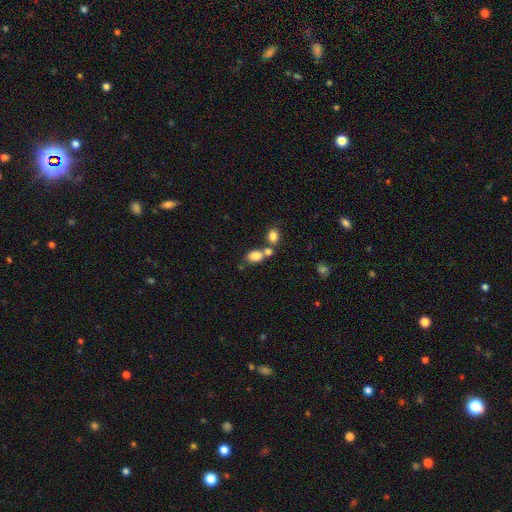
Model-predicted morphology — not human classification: type=smooth (81%); roundness=in between (76%); merging=merger (46%).